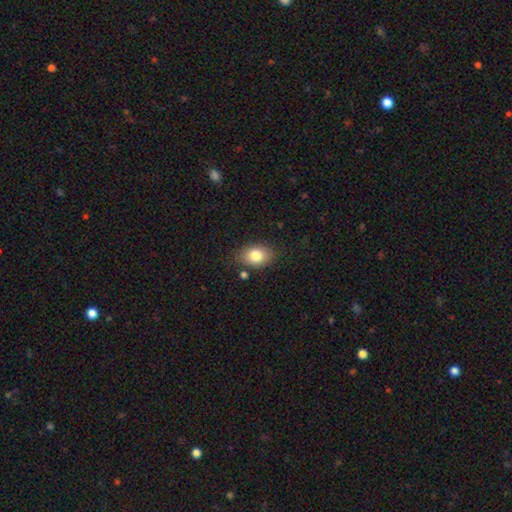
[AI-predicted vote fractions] This appears to be a smooth galaxy with no disk features (81%) that is in between round and cigar-shaped (75%). Merging: none (79%).